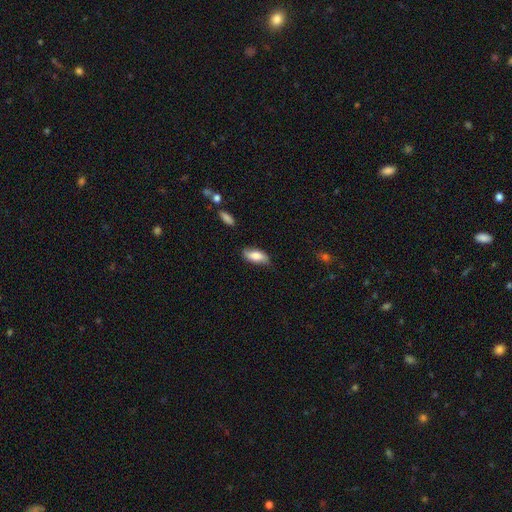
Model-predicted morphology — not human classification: A smooth galaxy with no disk features (77%) that is in between round and cigar-shaped (86%). Merging: none (70%).